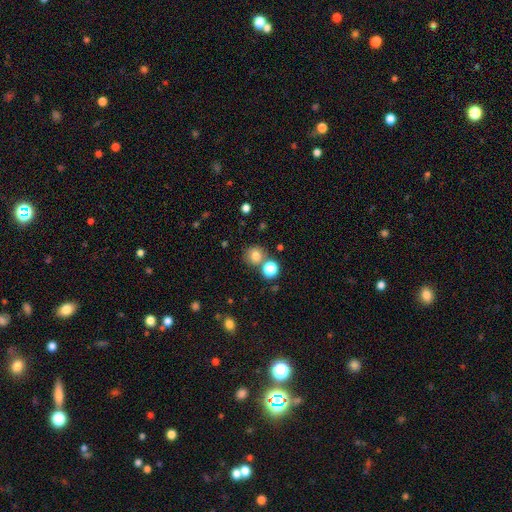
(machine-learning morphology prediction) smooth_or_featured: smooth (p=0.77) [alt: star or artifact p=0.15]
how_rounded: round (p=0.85) [alt: in between p=0.14]
merging: none (p=0.67) [alt: merger p=0.19]